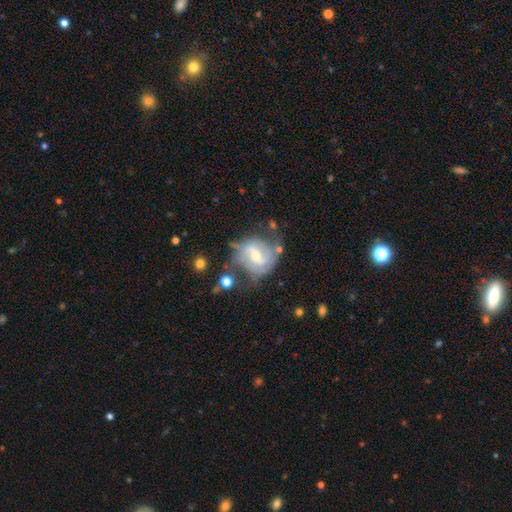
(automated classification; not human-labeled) Q: Smooth or featured?
A: featured or disk (81%); runner-up: smooth (13%)
Q: Edge-on disk?
A: no (97%); runner-up: yes (3%)
Q: Bar?
A: weak (52%); runner-up: strong (26%)
Q: Spiral arms?
A: yes (93%); runner-up: no (7%)
Q: Spiral winding?
A: medium (47%); runner-up: tight (33%)
Q: Spiral arm count?
A: 2 (69%); runner-up: can't tell (14%)
Q: Bulge size?
A: small (50%); runner-up: moderate (46%)
Q: Merging?
A: none (55%); runner-up: minor disturbance (23%)